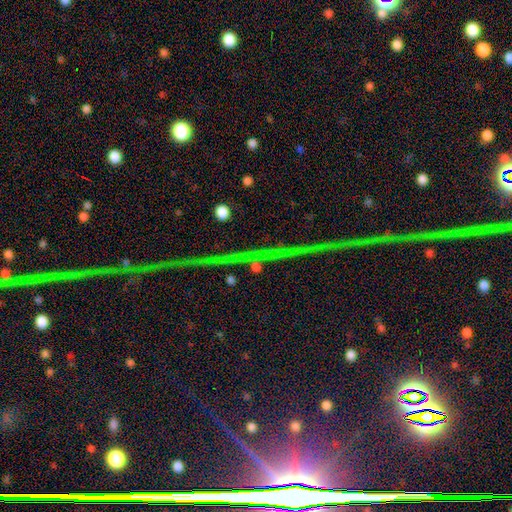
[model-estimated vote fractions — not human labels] The model was most divided on "smooth or featured": star or artifact: 79%, featured or disk: 12%, smooth: 8%.